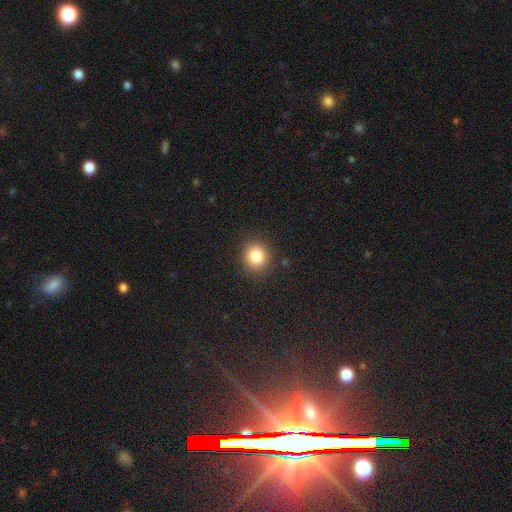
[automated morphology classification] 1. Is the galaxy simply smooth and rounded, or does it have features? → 83% smooth, 12% star or artifact, 5% featured or disk.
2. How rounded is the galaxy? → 88% round, 12% in between, 1% cigar-shaped.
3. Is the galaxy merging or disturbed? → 91% none, 6% minor disturbance, 2% major disturbance, 1% merger.